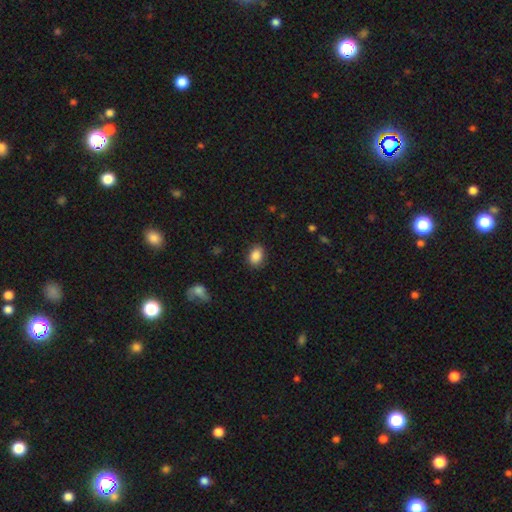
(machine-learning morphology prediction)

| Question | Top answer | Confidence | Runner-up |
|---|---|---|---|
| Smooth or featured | smooth | 87% | star or artifact (8%) |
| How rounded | in between | 74% | round (25%) |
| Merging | none | 86% | minor disturbance (10%) |